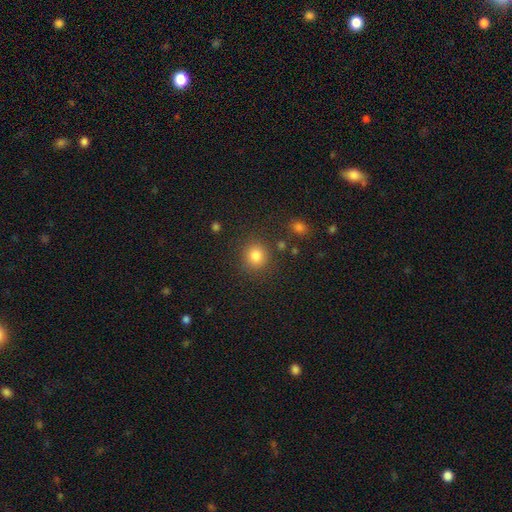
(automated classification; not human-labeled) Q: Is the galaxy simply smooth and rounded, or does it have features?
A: smooth — 83%.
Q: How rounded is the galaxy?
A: round — 89%.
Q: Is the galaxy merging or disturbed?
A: none — 84%.